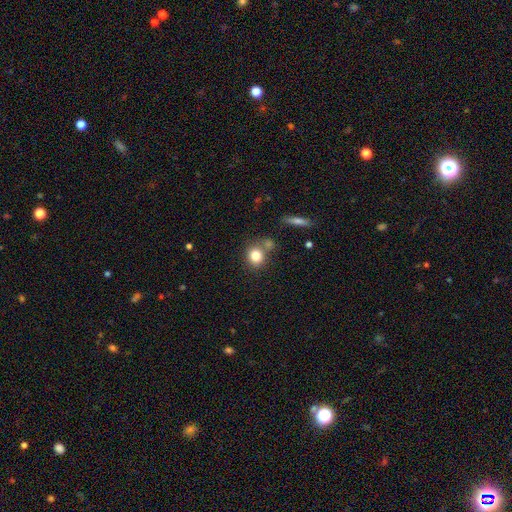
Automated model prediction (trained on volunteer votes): smooth 81%, star or artifact 10%, featured or disk 9%. Down the decision tree: how rounded — round (78%); merging — none (62%).